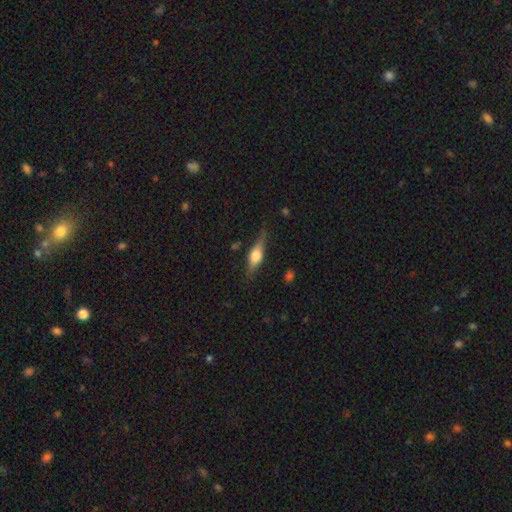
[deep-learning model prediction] Smooth or featured? featured or disk (55%)
Edge-on disk? yes (94%)
Edge-on bulge? rounded (92%)
Merging? none (78%)